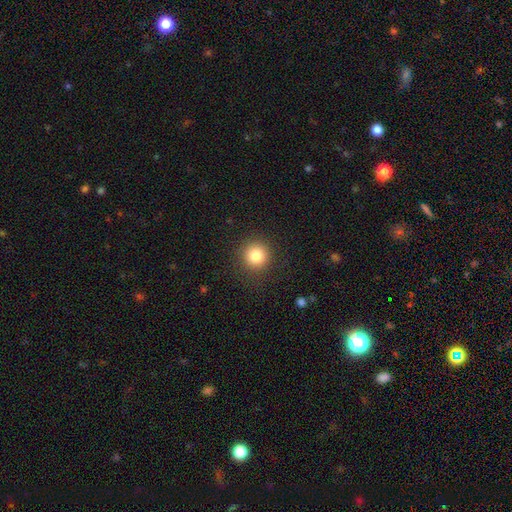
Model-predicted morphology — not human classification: A smooth galaxy with no disk features (83%) that is round (94%).

Vote fractions:
- Smooth or featured? smooth: 83% / star or artifact: 11% / featured or disk: 6%
- How rounded? round: 94% / in between: 5% / cigar-shaped: 1%
- Merging? none: 89% / minor disturbance: 7% / major disturbance: 3% / merger: 1%